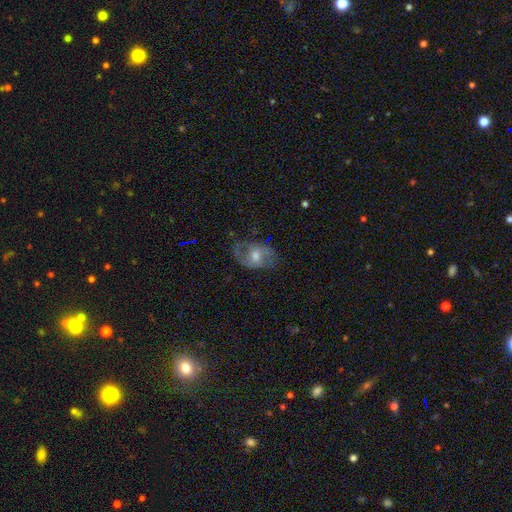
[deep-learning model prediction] Smooth or featured: featured or disk — 66% (smooth — 25%)
Edge-on disk: no — 95% (yes — 5%)
Bar: no — 52% (weak — 38%)
Spiral arms: yes — 77% (no — 23%)
Bulge size: moderate — 65% (small — 22%)
Merging: none — 64% (minor disturbance — 22%)